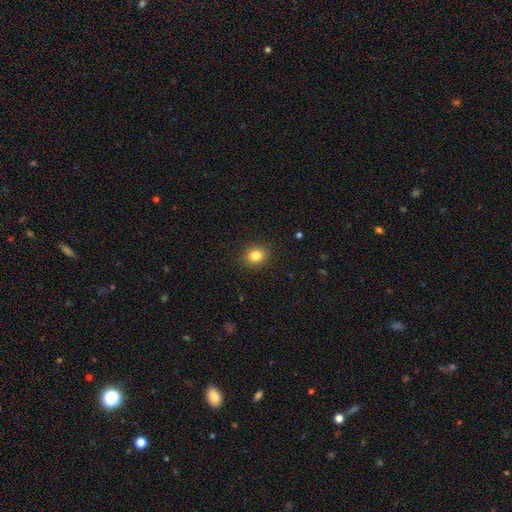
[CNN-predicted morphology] This is clearly a smooth galaxy (83%). How rounded: likely round (62%). Merging: clearly none (89%).